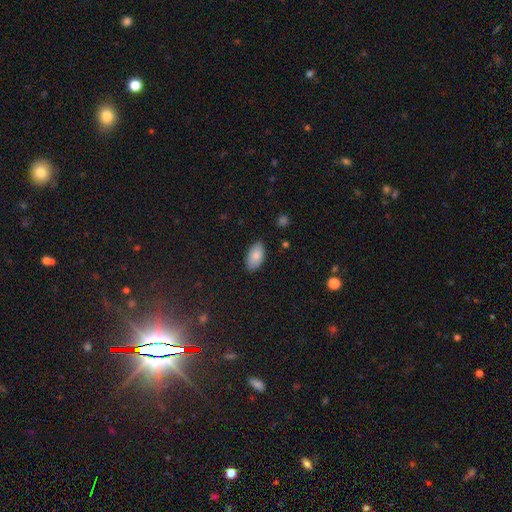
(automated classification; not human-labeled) smooth_or_featured: smooth (p=0.85) [alt: featured or disk p=0.08]
how_rounded: in between (p=0.95) [alt: round p=0.03]
merging: none (p=0.84) [alt: minor disturbance p=0.13]